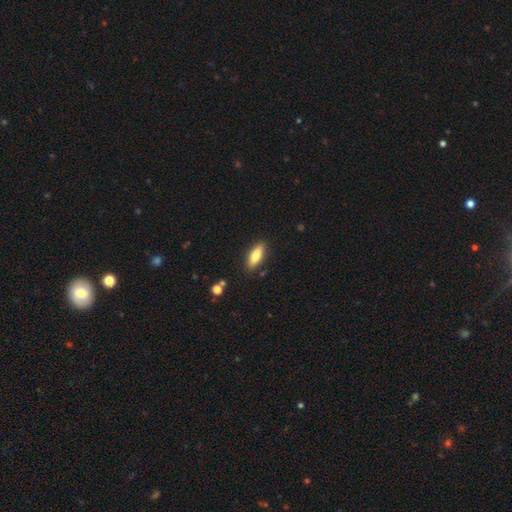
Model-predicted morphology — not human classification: A smooth galaxy with no disk features (76%) that is in between round and cigar-shaped (68%).

Vote fractions:
- Smooth or featured? smooth: 76% / featured or disk: 17% / star or artifact: 7%
- How rounded? in between: 68% / cigar-shaped: 30% / round: 2%
- Merging? none: 86% / minor disturbance: 10% / major disturbance: 2% / merger: 2%